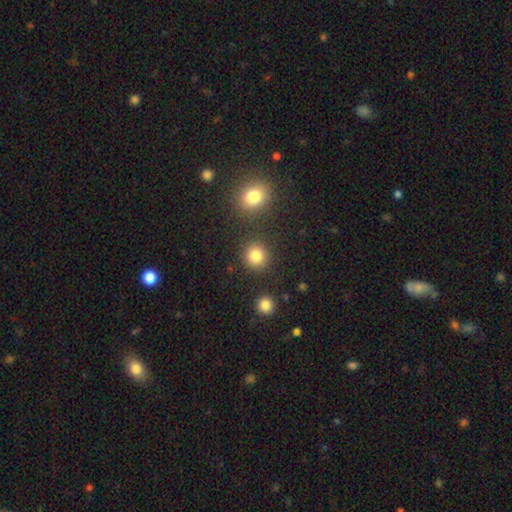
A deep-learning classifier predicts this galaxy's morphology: Overall: smooth (84%). How rounded: round (89%). Merging: none (86%).